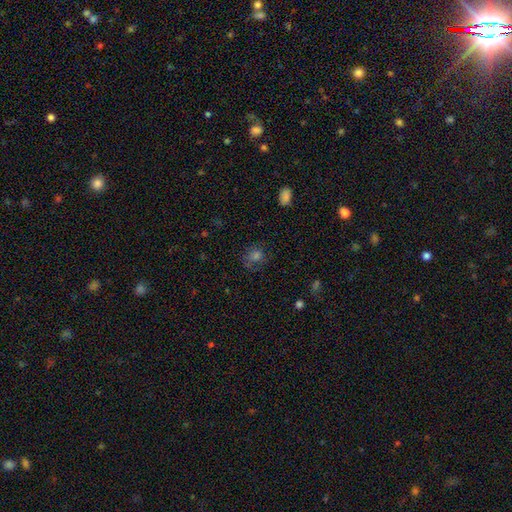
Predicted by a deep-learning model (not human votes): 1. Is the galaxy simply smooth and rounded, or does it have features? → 60% smooth, 23% star or artifact, 17% featured or disk.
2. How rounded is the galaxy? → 68% round, 31% in between, 1% cigar-shaped.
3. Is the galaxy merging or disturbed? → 62% none, 21% minor disturbance, 15% major disturbance, 3% merger.